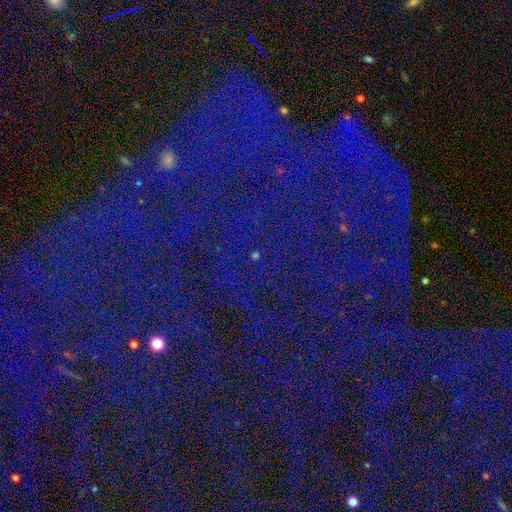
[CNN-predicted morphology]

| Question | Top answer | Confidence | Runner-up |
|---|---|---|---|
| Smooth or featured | star or artifact | 79% | smooth (14%) |